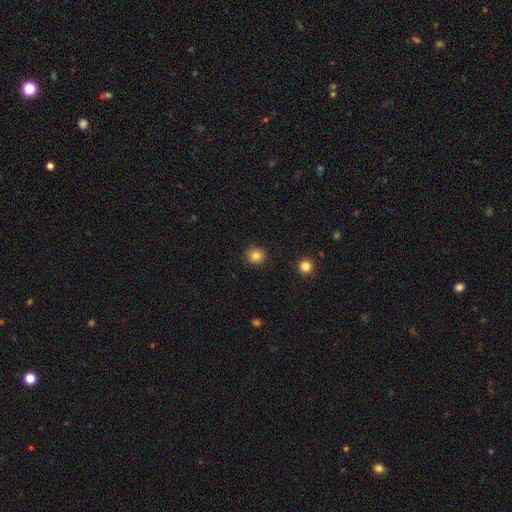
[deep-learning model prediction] A smooth galaxy with no disk features (84%) that is round (90%). Merging: none (90%).